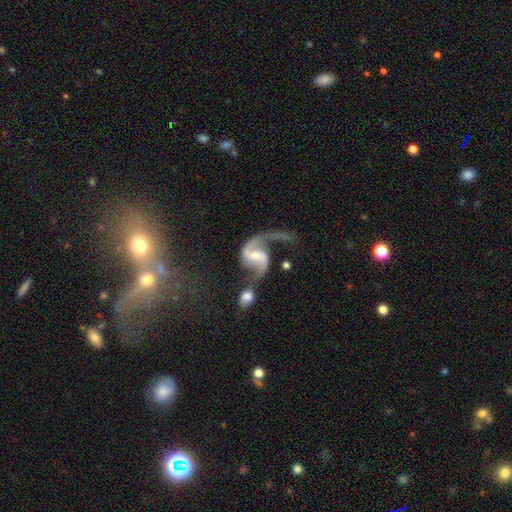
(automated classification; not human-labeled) Smooth or featured? Predicted: featured or disk (p=0.90). Edge-on disk? Predicted: no (p=0.98). Bar? Predicted: weak (p=0.46). Spiral arms? Predicted: yes (p=0.97). Spiral winding? Predicted: loose (p=0.69). Spiral arm count? Predicted: 2 (p=0.90). Bulge size? Predicted: moderate (p=0.53). Merging? Predicted: merger (p=0.35).